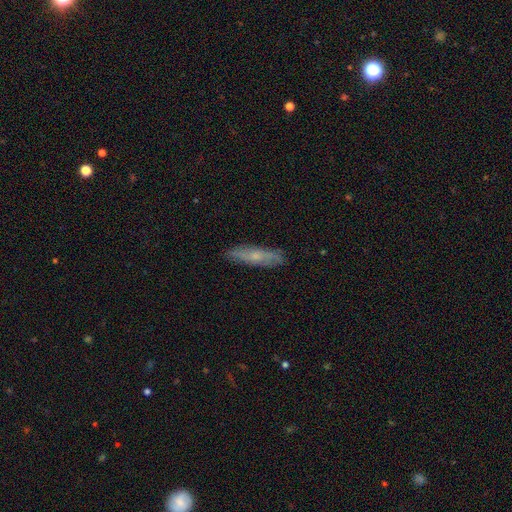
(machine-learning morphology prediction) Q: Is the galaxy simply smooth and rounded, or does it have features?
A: smooth — 48%.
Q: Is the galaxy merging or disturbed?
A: none — 85%.